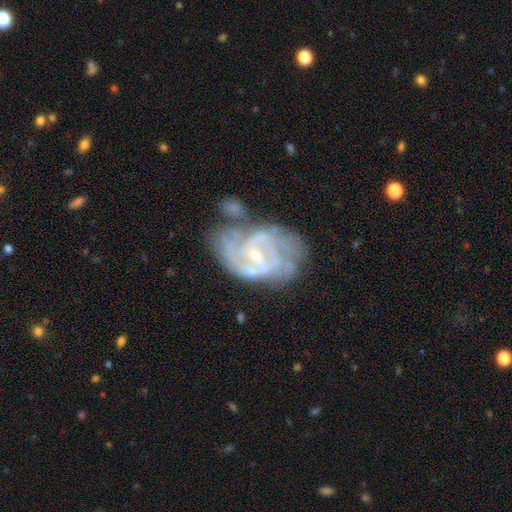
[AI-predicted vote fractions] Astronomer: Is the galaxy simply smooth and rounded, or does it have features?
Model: featured or disk — 86%.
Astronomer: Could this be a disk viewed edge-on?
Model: no — 97%.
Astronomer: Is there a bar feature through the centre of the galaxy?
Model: weak — 53% (runner-up: no, 30%).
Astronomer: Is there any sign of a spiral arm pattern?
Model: yes — 92%.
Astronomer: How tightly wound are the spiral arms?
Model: tight — 47% (runner-up: medium, 41%).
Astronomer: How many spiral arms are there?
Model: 2 — 40% (runner-up: can't tell, 28%).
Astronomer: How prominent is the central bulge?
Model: small — 73%.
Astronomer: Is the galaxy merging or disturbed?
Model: none — 42% (runner-up: minor disturbance, 25%).